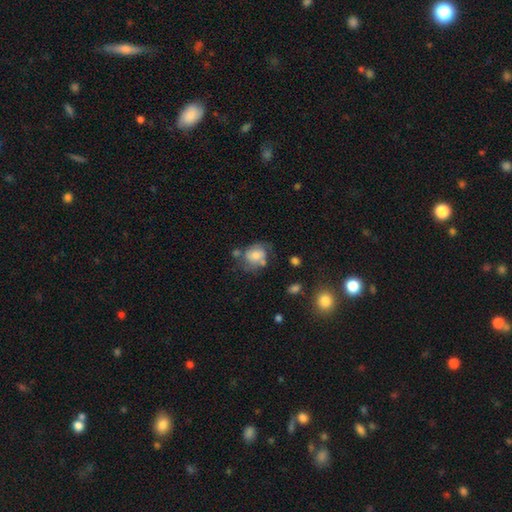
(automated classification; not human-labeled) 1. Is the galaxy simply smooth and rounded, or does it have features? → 57% smooth, 34% featured or disk, 9% star or artifact.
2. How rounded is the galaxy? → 53% round, 46% in between, 1% cigar-shaped.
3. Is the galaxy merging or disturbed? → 44% none, 27% minor disturbance, 16% major disturbance, 12% merger.